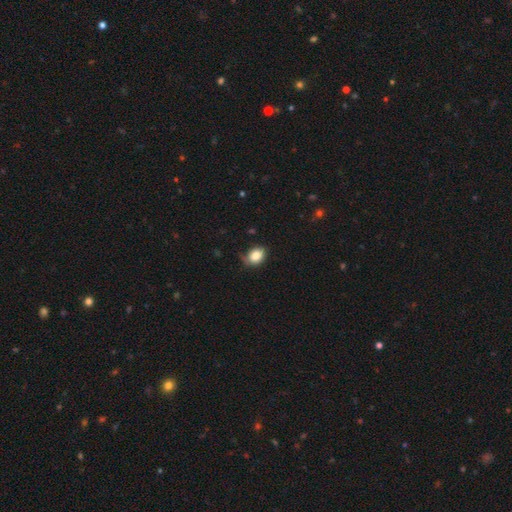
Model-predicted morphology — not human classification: smooth_or_featured: smooth (p=0.84) [alt: star or artifact p=0.09]
how_rounded: in between (p=0.63) [alt: round p=0.36]
merging: none (p=0.61) [alt: minor disturbance p=0.29]